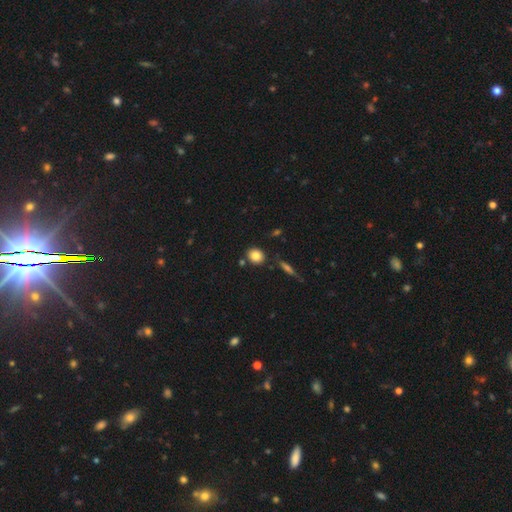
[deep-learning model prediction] Smooth or featured? smooth (83%)
How rounded? round (66%)
Merging? none (80%)